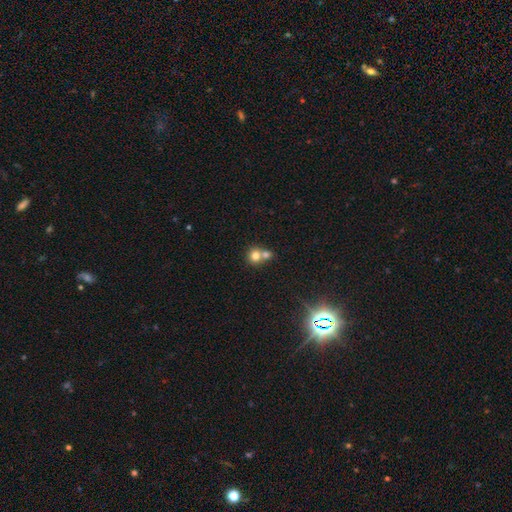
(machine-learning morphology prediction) Smooth or featured?
  - smooth: 75% *
  - featured or disk: 13%
  - star or artifact: 12%
How rounded?
  - round: 84% *
  - in between: 15%
  - cigar-shaped: 1%
Merging?
  - merger: 54% *
  - none: 38%
  - minor disturbance: 6%
  - major disturbance: 2%